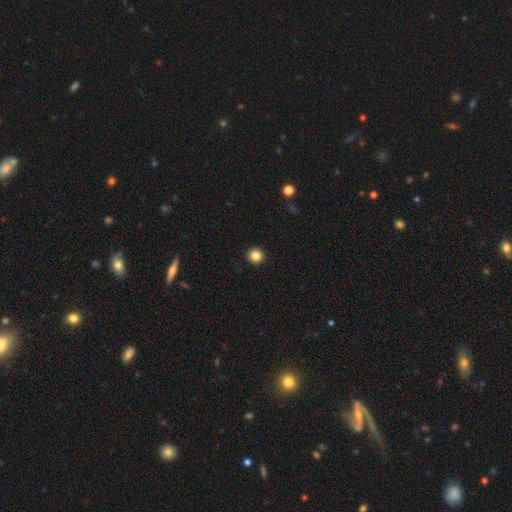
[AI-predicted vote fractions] Smooth or featured: smooth — 85% (star or artifact — 11%)
How rounded: round — 94% (in between — 5%)
Merging: none — 94% (minor disturbance — 4%)